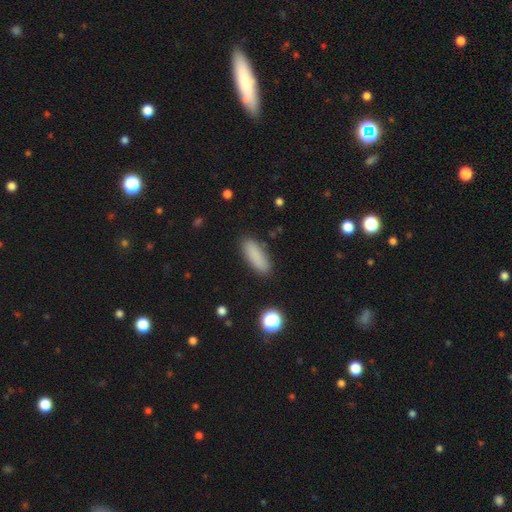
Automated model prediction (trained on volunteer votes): A smooth galaxy with no disk features (85%) that is in between round and cigar-shaped (56%). Merging: none (85%).